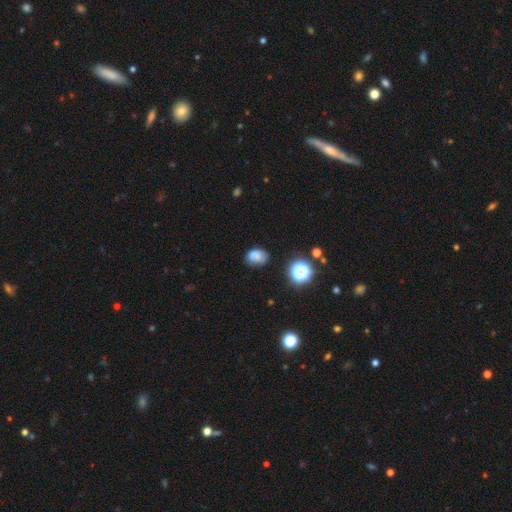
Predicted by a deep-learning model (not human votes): smooth 72%, star or artifact 15%, featured or disk 12%. Down the decision tree: how rounded — in between (66%); merging — none (67%).